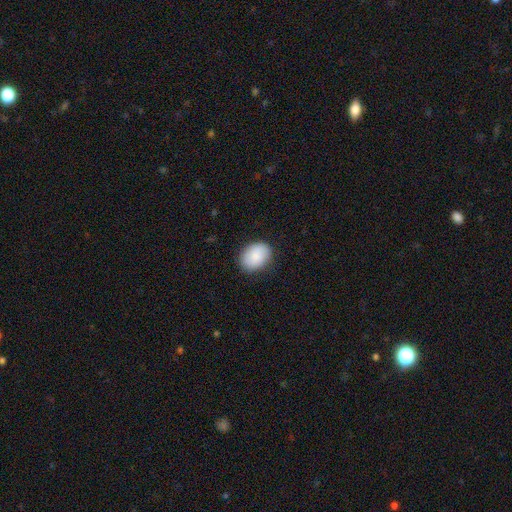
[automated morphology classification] smooth_or_featured: smooth (p=0.85) [alt: featured or disk p=0.09]
how_rounded: in between (p=0.63) [alt: round p=0.36]
merging: none (p=0.84) [alt: minor disturbance p=0.13]